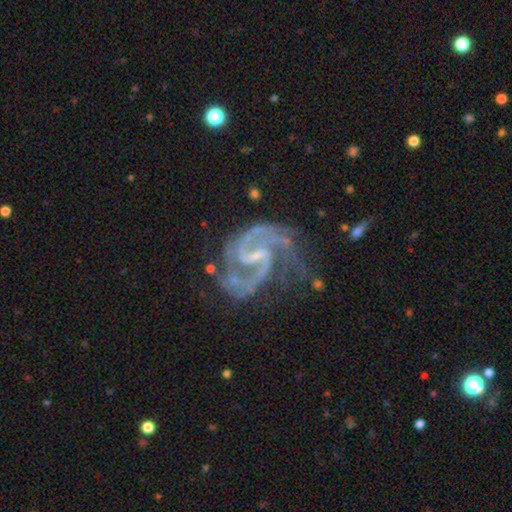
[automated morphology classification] Overall: featured or disk (93%). Edge-on disk: no (98%). Bar: weak (55%; strong 28%). Spiral arms: yes (98%). Spiral arm count: 2 (83%). Spiral winding: medium (61%; tight 23%). Bulge size: small (62%; none 22%). Merging: none (54%; minor disturbance 23%).